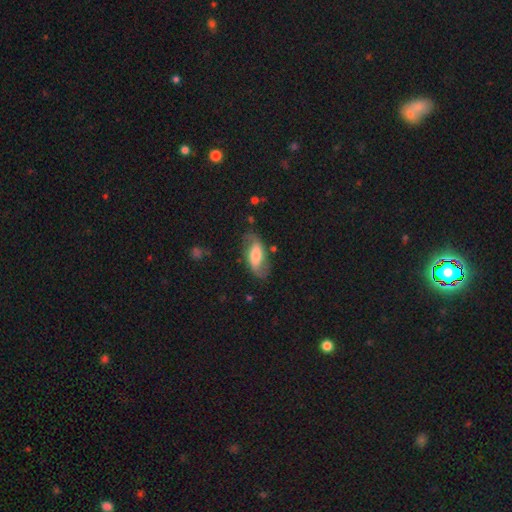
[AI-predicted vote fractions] Morphology: type=featured or disk (57%); edge-on=no (89%); bar=no (38%); spiral arms=yes (81%); bulge=moderate (50%); merging=none (71%).